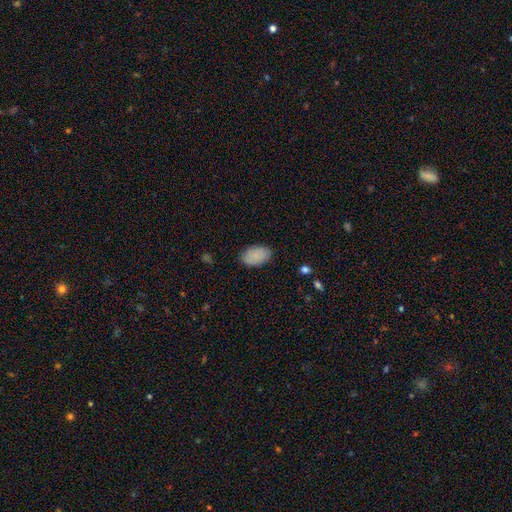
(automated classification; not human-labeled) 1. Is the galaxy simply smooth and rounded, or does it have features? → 87% smooth, 7% star or artifact, 6% featured or disk.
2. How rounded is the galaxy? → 93% in between, 6% round, 1% cigar-shaped.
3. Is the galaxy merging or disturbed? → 83% none, 13% minor disturbance, 3% major disturbance, 1% merger.